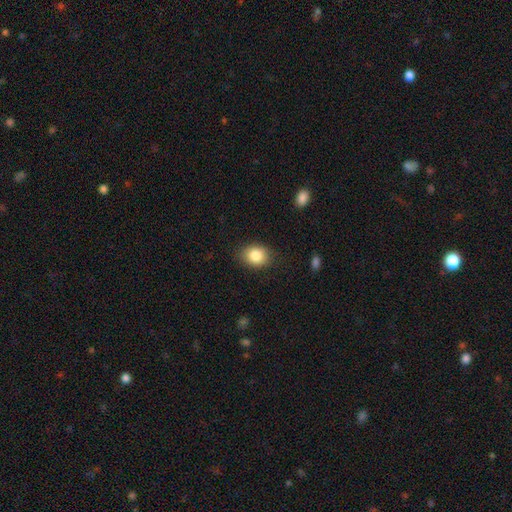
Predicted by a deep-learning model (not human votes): A smooth galaxy with no disk features (85%) that is in between round and cigar-shaped (57%). Merging: none (85%).